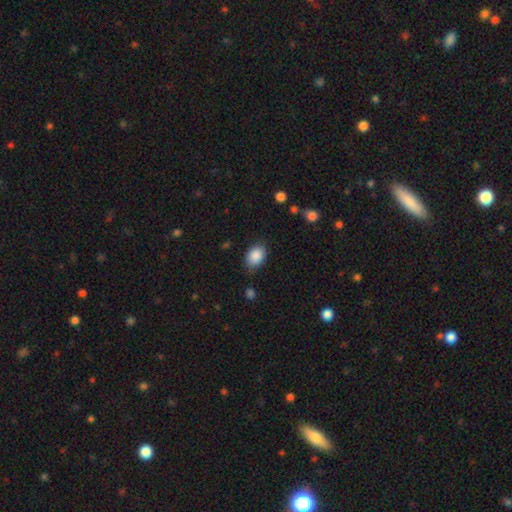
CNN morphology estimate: The model was most divided on "how rounded": in between: 76%, round: 23%, cigar-shaped: 1%. More confident: smooth or featured — smooth (88%); merging — none (76%).